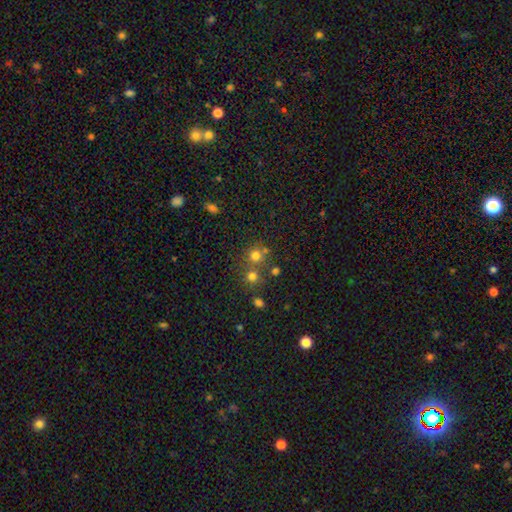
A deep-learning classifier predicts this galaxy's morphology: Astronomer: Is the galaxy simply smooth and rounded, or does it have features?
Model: smooth — 71%.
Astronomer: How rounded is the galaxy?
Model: round — 89%.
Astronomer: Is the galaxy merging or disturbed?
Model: none — 63%.